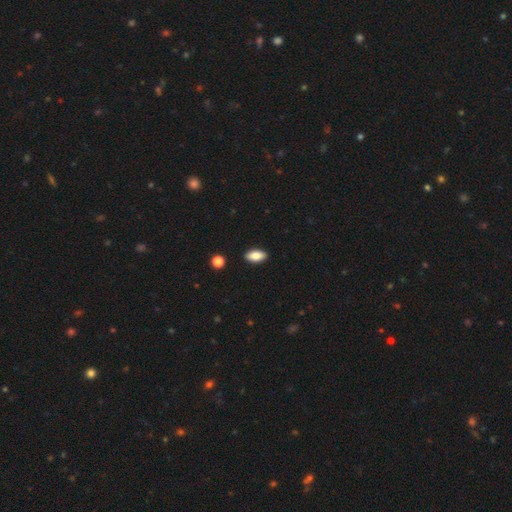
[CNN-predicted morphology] Smooth or featured?
  - smooth: 83% *
  - featured or disk: 9%
  - star or artifact: 7%
How rounded?
  - in between: 91% *
  - cigar-shaped: 5%
  - round: 3%
Merging?
  - none: 90% *
  - minor disturbance: 7%
  - major disturbance: 2%
  - merger: 1%